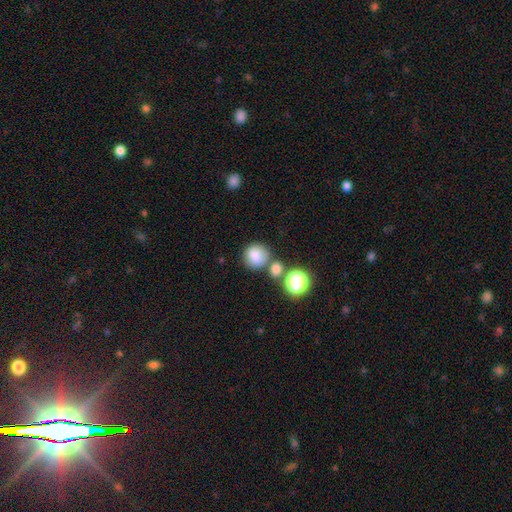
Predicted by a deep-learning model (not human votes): The model was most divided on "merging": none: 60%, merger: 21%, minor disturbance: 13%, major disturbance: 6%. More confident: how rounded — round (84%); smooth or featured — smooth (79%).